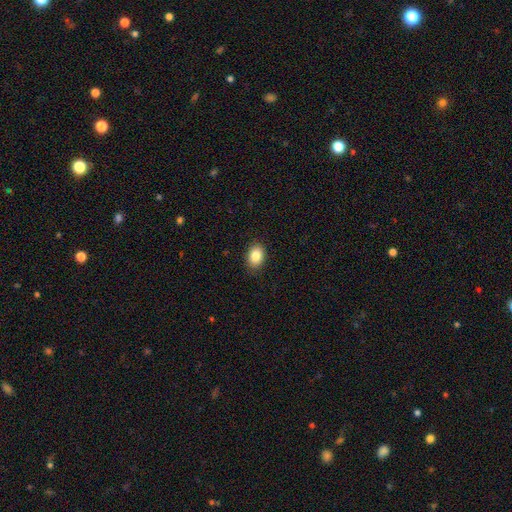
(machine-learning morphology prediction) A smooth galaxy with no disk features (86%) that is in between round and cigar-shaped (77%). Merging: none (89%).